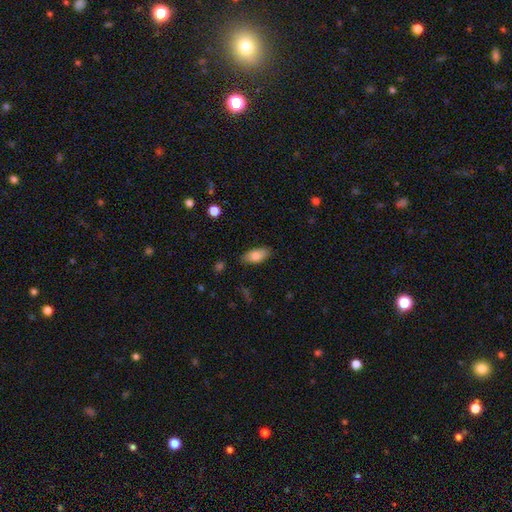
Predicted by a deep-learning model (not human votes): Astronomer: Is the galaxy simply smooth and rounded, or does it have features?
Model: smooth — 83%.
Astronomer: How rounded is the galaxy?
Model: in between — 90%.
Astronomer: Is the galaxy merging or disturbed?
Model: none — 82%.